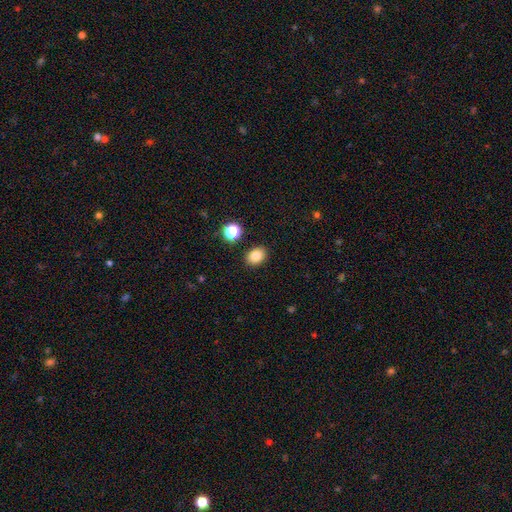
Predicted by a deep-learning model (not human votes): smooth 82%, star or artifact 11%, featured or disk 6%. Down the decision tree: how rounded — in between (58%); merging — none (88%).